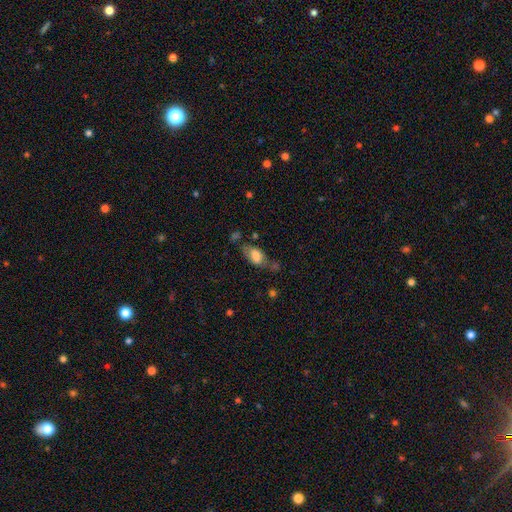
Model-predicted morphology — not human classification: Smooth or featured: smooth — 66% (featured or disk — 26%)
How rounded: in between — 87% (cigar-shaped — 7%)
Merging: none — 45% (minor disturbance — 26%)